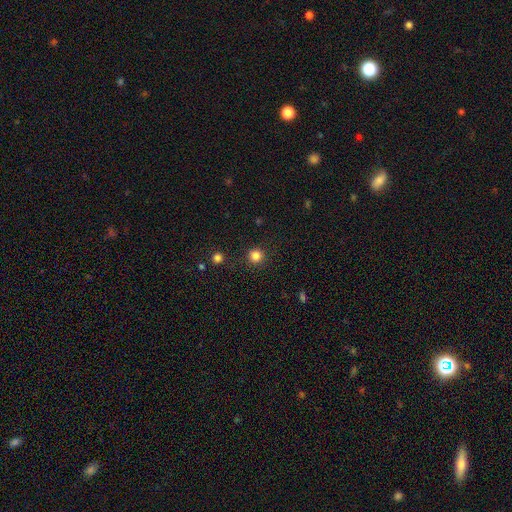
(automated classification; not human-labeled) smooth_or_featured: smooth (p=0.83) [alt: star or artifact p=0.13]
how_rounded: round (p=0.94) [alt: in between p=0.05]
merging: none (p=0.90) [alt: minor disturbance p=0.06]